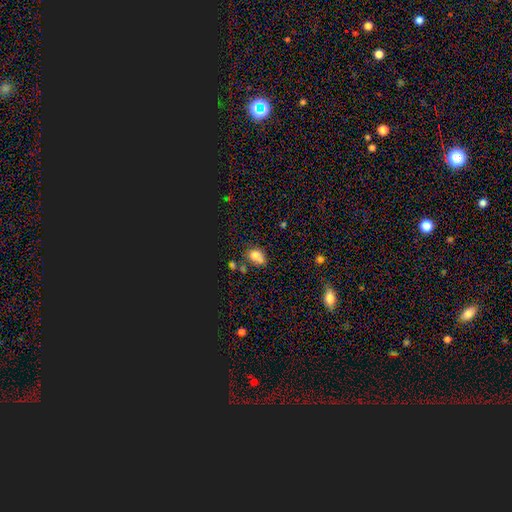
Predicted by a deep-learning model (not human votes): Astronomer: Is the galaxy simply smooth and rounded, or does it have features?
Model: smooth — 72%.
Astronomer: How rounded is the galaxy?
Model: in between — 61% (runner-up: round, 38%).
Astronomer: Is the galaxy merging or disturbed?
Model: none — 48%.